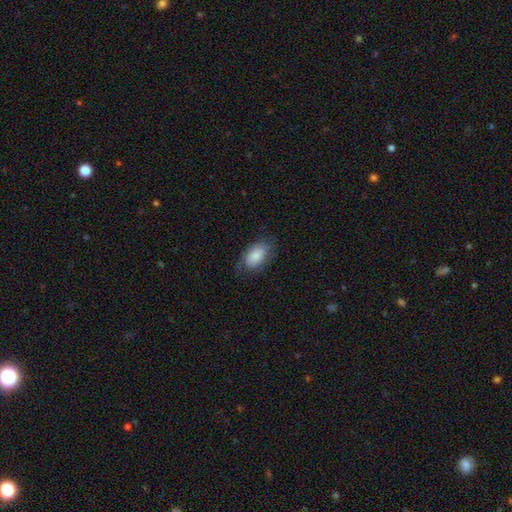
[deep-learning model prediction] Q: Smooth or featured?
A: smooth (80%); runner-up: featured or disk (13%)
Q: How rounded?
A: in between (92%); runner-up: round (6%)
Q: Merging?
A: none (70%); runner-up: minor disturbance (21%)